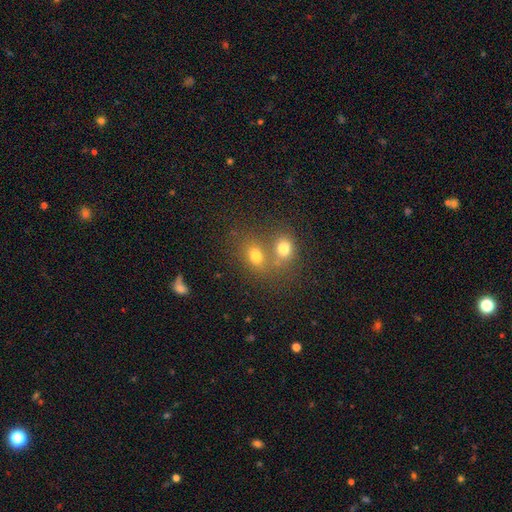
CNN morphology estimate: The model was most divided on "merging": merger: 51%, none: 36%, minor disturbance: 8%, major disturbance: 4%. More confident: smooth or featured — smooth (74%); how rounded — in between (64%).